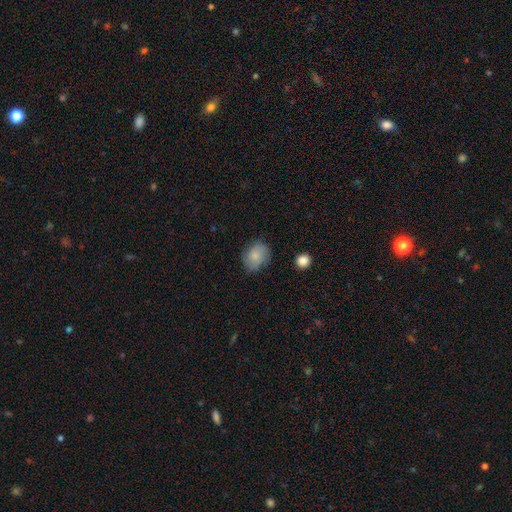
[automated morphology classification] The model was most divided on "how rounded": in between: 56%, round: 43%, cigar-shaped: 1%. More confident: smooth or featured — smooth (77%); merging — none (71%).